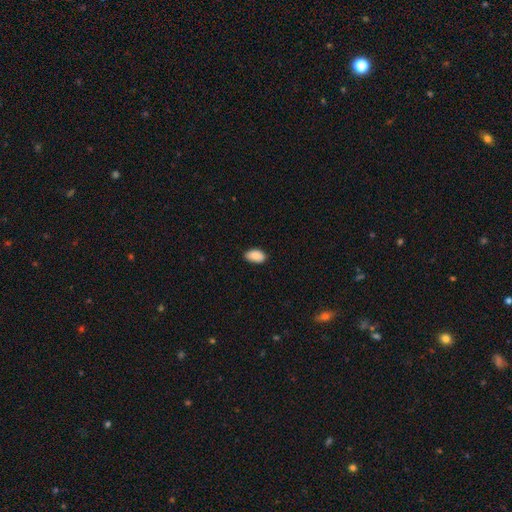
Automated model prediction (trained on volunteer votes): A smooth galaxy with no disk features (90%) that is in between round and cigar-shaped (94%). Merging: none (82%).